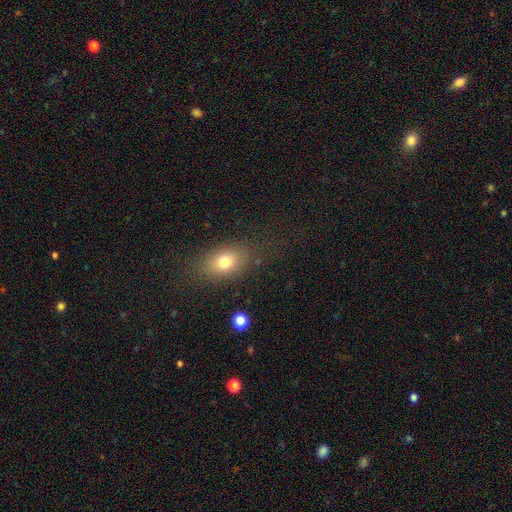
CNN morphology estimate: type=smooth (62%); roundness=in between (66%); merging=none (76%).